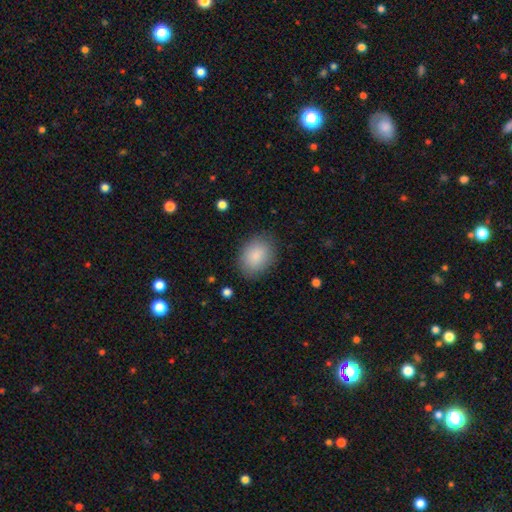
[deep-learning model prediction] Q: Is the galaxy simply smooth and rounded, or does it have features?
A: smooth — 87%.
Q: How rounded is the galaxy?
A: in between — 69%.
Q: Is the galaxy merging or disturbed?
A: none — 83%.